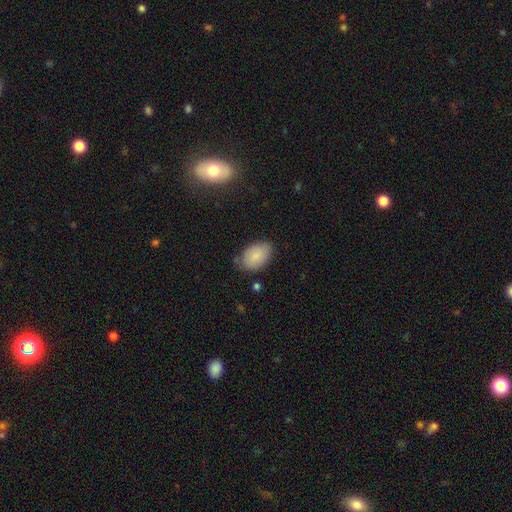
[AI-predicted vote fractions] Smooth or featured?
  - smooth: 85% *
  - featured or disk: 8%
  - star or artifact: 7%
How rounded?
  - in between: 90% *
  - round: 9%
  - cigar-shaped: 1%
Merging?
  - none: 71% *
  - minor disturbance: 22%
  - major disturbance: 5%
  - merger: 3%